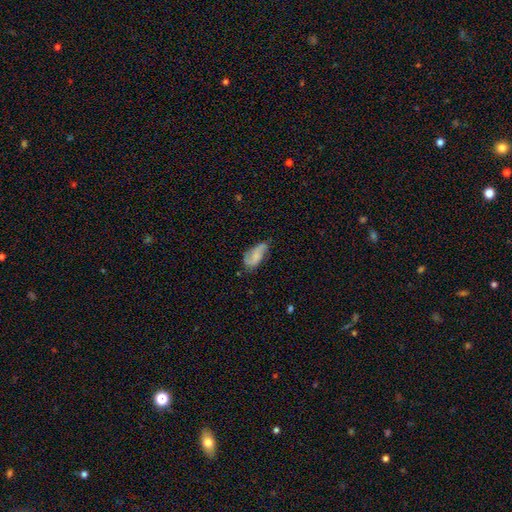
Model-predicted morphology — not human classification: smooth_or_featured: featured or disk (p=0.54) [alt: smooth p=0.38]
disk_edge_on: no (p=0.95) [alt: yes p=0.05]
bar: no (p=0.56) [alt: weak p=0.34]
has_spiral_arms: yes (p=0.86) [alt: no p=0.14]
bulge_size: none (p=0.41) [alt: small p=0.35]
merging: none (p=0.48) [alt: minor disturbance p=0.32]